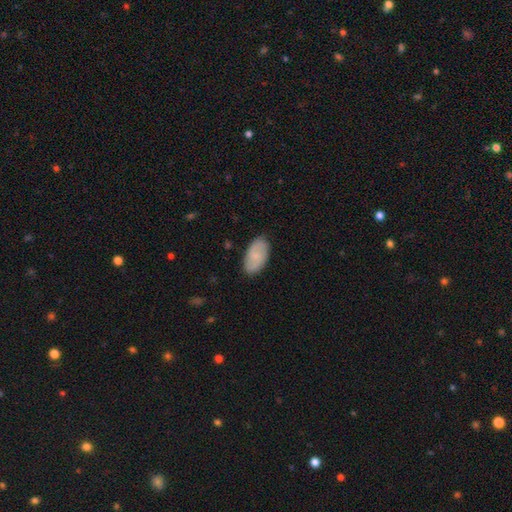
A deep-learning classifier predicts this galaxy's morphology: Overall: smooth (62%; featured or disk 32%). How rounded: in between (94%). Merging: none (83%).